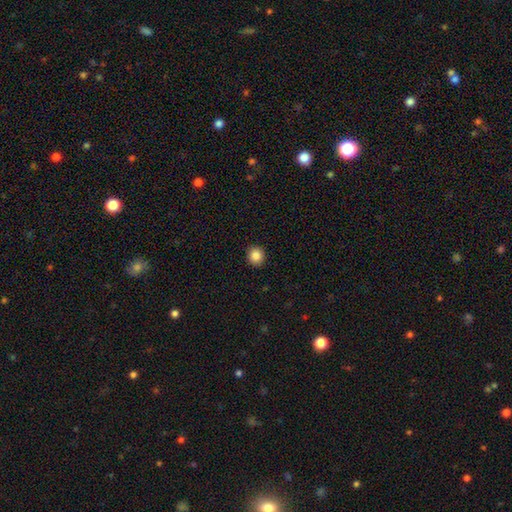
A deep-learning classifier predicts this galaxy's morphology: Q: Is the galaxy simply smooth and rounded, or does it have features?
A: smooth — 85%.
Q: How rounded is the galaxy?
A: round — 90%.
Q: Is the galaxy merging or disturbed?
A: none — 92%.